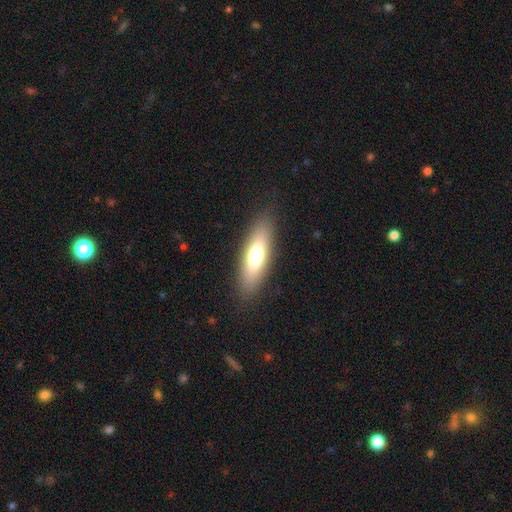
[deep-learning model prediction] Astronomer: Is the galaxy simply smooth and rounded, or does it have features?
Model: smooth — 71%.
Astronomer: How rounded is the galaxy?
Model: cigar-shaped — 50% (runner-up: in between, 48%).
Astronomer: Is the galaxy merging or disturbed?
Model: none — 86%.